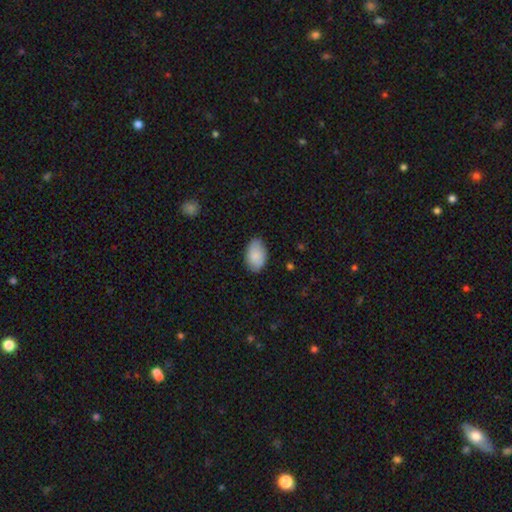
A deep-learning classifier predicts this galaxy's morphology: Smooth or featured: smooth — 86% (featured or disk — 8%)
How rounded: in between — 92% (round — 7%)
Merging: none — 81% (minor disturbance — 16%)